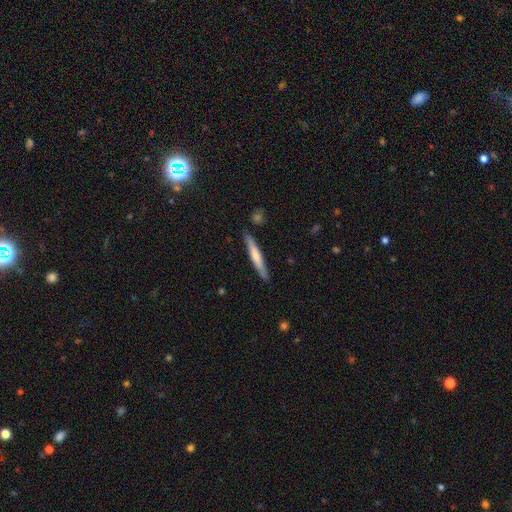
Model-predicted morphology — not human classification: smooth 56%, featured or disk 39%, star or artifact 5%. Down the decision tree: how rounded — cigar-shaped (95%); merging — none (88%).